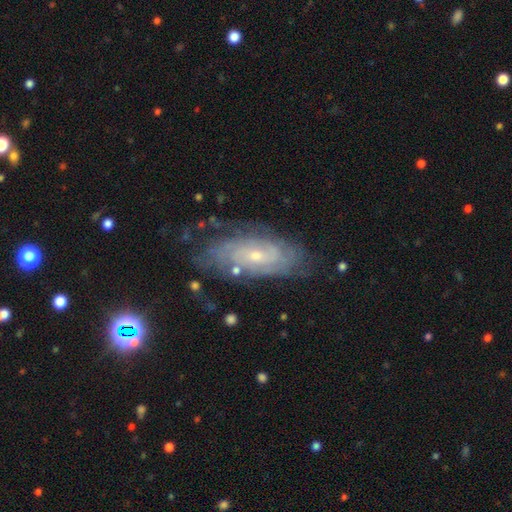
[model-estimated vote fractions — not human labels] This appears to be a featured or disk galaxy (79%) with no bar (64%), tight (70%) spiral arms (91%) and a small central bulge (70%). Merging: none (69%).